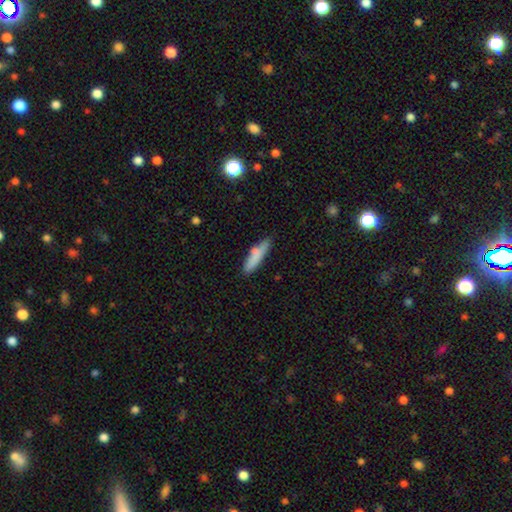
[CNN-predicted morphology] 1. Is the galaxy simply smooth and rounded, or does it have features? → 78% smooth, 15% featured or disk, 7% star or artifact.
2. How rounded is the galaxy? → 75% cigar-shaped, 23% in between, 2% round.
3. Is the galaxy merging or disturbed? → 68% none, 21% minor disturbance, 7% merger, 4% major disturbance.